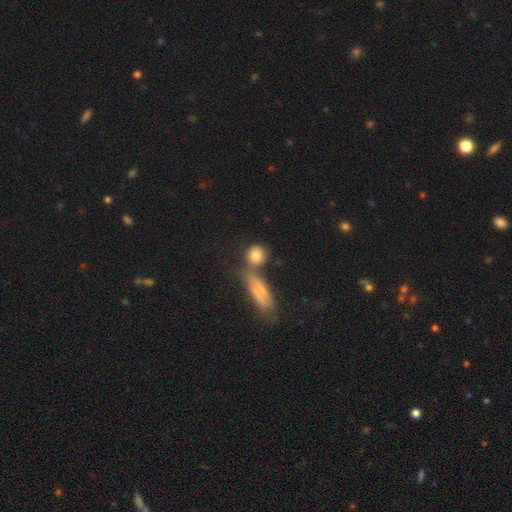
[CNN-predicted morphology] Smooth or featured? Predicted: smooth (p=0.79). How rounded? Predicted: round (p=0.77). Merging? Predicted: none (p=0.51).